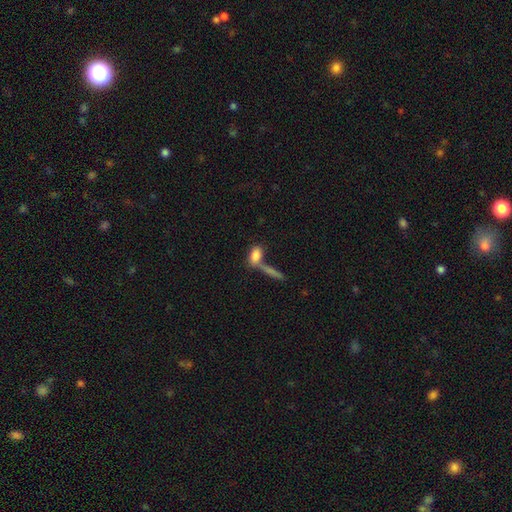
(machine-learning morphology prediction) Smooth or featured? smooth (79%)
How rounded? in between (77%)
Merging? merger (42%)